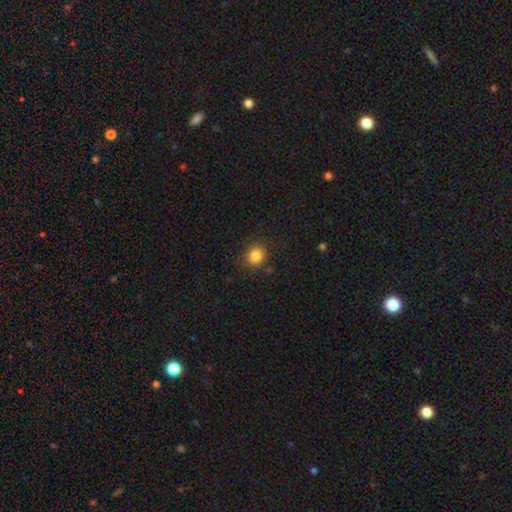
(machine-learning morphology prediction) A smooth galaxy with no disk features (83%) that is round (78%).

Vote fractions:
- Smooth or featured? smooth: 83% / star or artifact: 11% / featured or disk: 6%
- How rounded? round: 78% / in between: 21% / cigar-shaped: 1%
- Merging? none: 86% / minor disturbance: 9% / major disturbance: 3% / merger: 2%